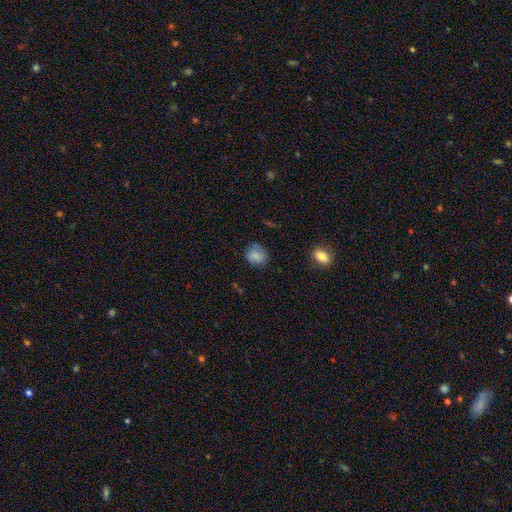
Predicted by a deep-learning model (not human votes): Smooth or featured? Predicted: smooth (p=0.80). How rounded? Predicted: round (p=0.65). Merging? Predicted: none (p=0.70).